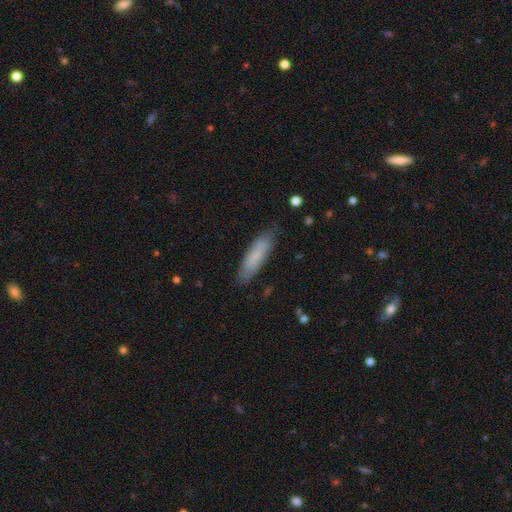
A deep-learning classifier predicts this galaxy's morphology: Smooth or featured? smooth (72%)
How rounded? cigar-shaped (62%)
Merging? none (81%)